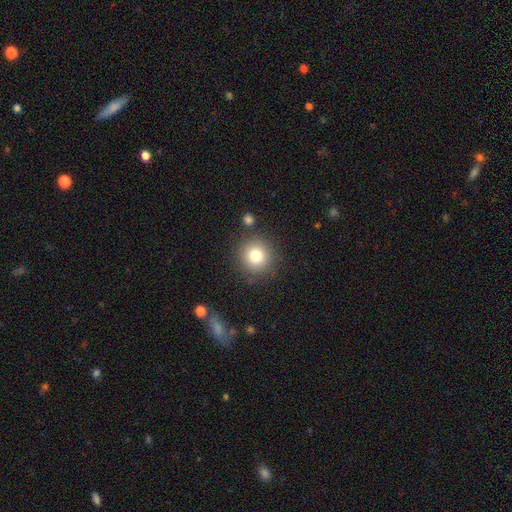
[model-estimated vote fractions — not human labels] This is likely a smooth galaxy (80%). How rounded: clearly round (92%). Merging: clearly none (85%).